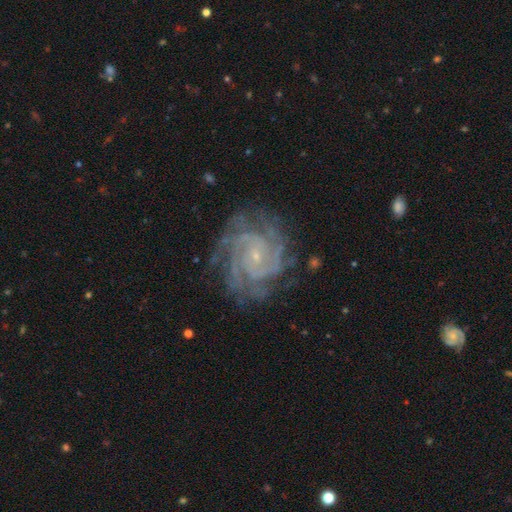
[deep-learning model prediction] Overall: featured or disk (89%). Edge-on disk: no (98%). Bar: no (68%). Spiral arms: yes (98%). Spiral arm count: 4 (27%; 3 20%). Spiral winding: tight (73%). Bulge size: small (85%). Merging: none (78%).